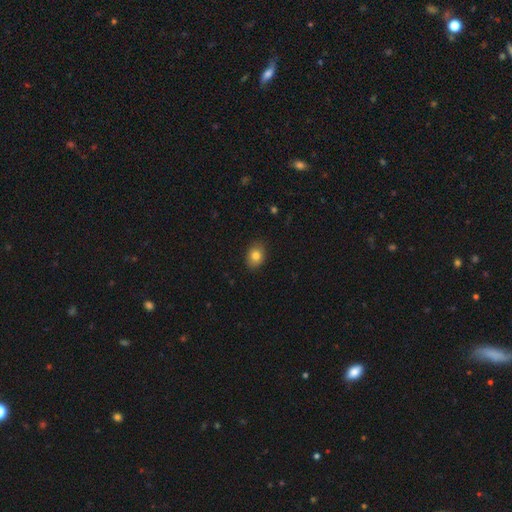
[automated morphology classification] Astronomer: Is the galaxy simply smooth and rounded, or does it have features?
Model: smooth — 81%.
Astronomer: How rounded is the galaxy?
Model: in between — 65%.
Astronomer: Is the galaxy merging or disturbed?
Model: none — 88%.